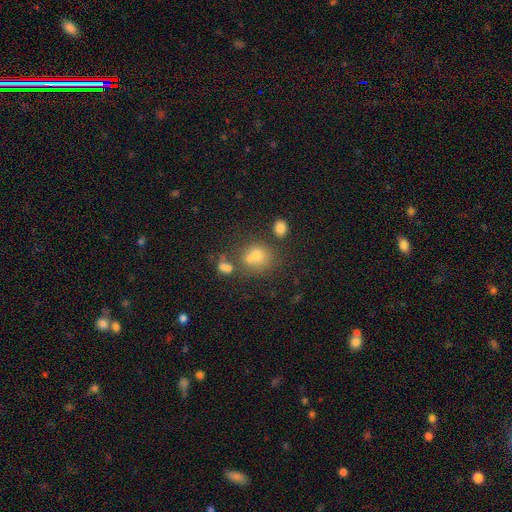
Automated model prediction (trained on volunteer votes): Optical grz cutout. It shows a smooth galaxy with no disk features (64%) that is round (73%). Merging: none (49%).